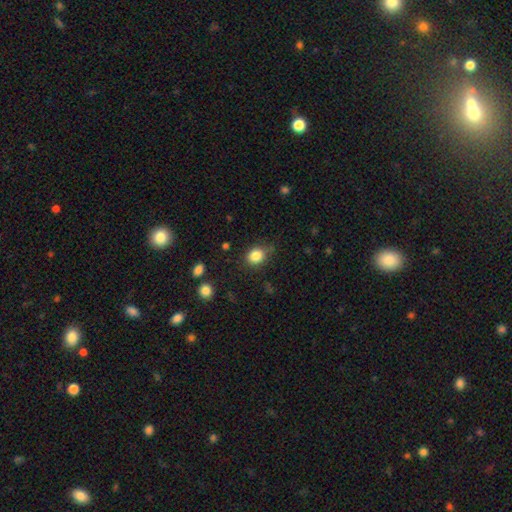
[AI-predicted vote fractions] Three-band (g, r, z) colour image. It shows a smooth galaxy with no disk features (84%) that is round (62%). Merging: none (75%).